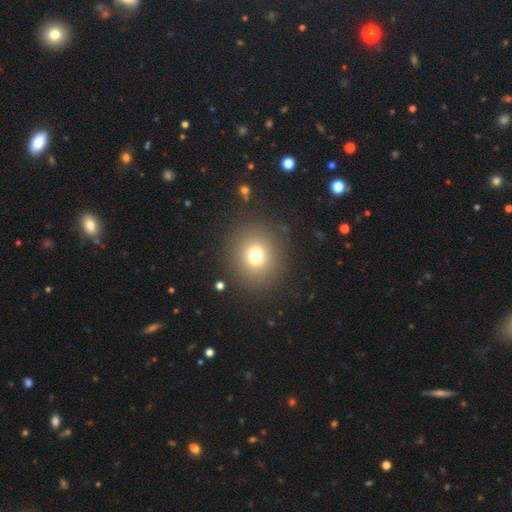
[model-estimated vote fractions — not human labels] smooth_or_featured: smooth (p=0.73) [alt: star or artifact p=0.16]
how_rounded: round (p=0.87) [alt: in between p=0.12]
merging: none (p=0.88) [alt: minor disturbance p=0.07]